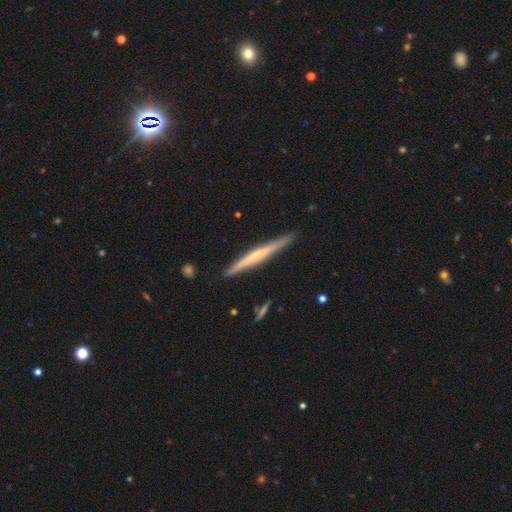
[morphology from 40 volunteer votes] type=featured or disk (68%); edge-on=yes (100%); edge-on bulge=rounded (63%); merging=none (92%).